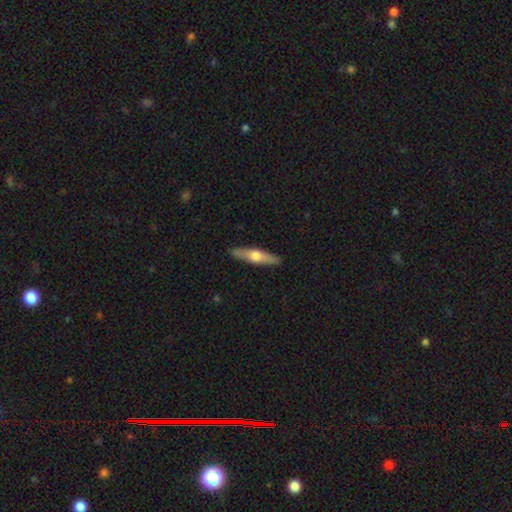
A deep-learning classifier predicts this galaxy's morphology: The model was most divided on "smooth or featured": featured or disk: 55%, smooth: 39%, star or artifact: 5%. More confident: edge-on disk — yes (94%); edge-on bulge — rounded (93%); merging — none (91%).